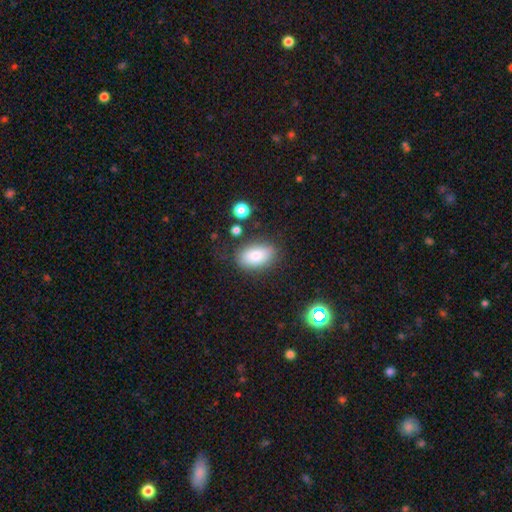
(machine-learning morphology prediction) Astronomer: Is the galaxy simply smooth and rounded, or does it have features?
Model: smooth — 82%.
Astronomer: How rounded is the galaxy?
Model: in between — 90%.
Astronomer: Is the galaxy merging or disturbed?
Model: none — 78%.